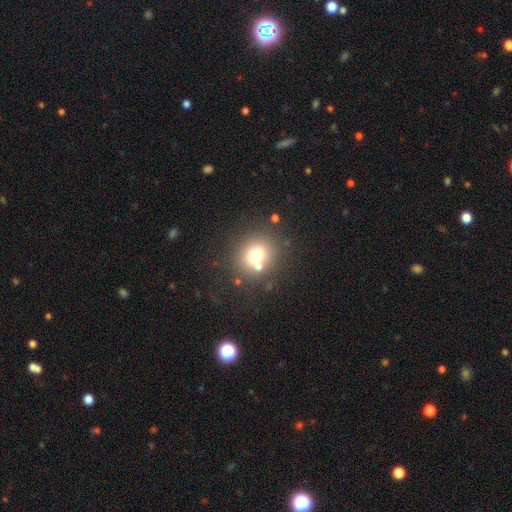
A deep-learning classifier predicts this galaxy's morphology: Smooth or featured? smooth (68%)
How rounded? round (82%)
Merging? none (65%)